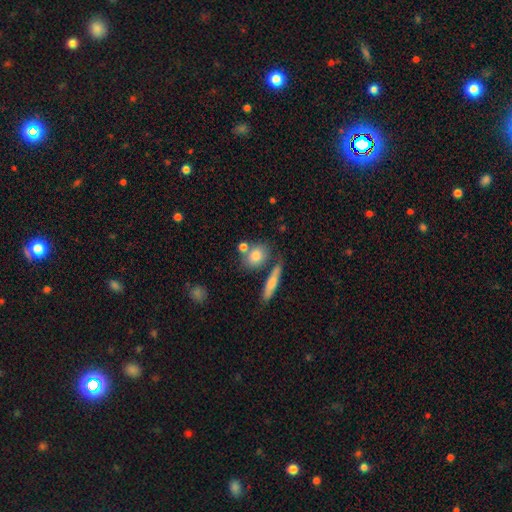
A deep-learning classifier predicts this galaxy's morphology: type=smooth (79%); roundness=round (49%); merging=none (61%).